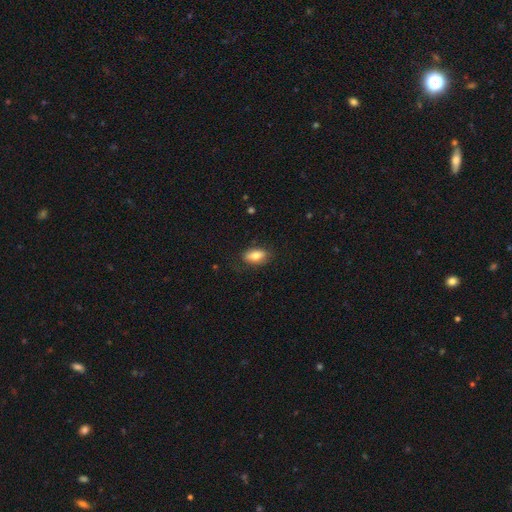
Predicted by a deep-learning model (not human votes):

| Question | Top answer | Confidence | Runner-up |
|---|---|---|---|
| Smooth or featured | smooth | 75% | featured or disk (18%) |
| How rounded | in between | 88% | cigar-shaped (7%) |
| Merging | none | 78% | minor disturbance (17%) |